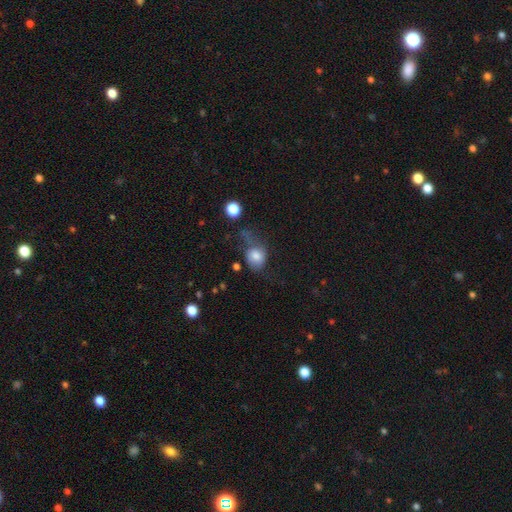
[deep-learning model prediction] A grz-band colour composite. It shows a smooth galaxy with no disk features (73%) that is round (54%). Merging: none (33%).